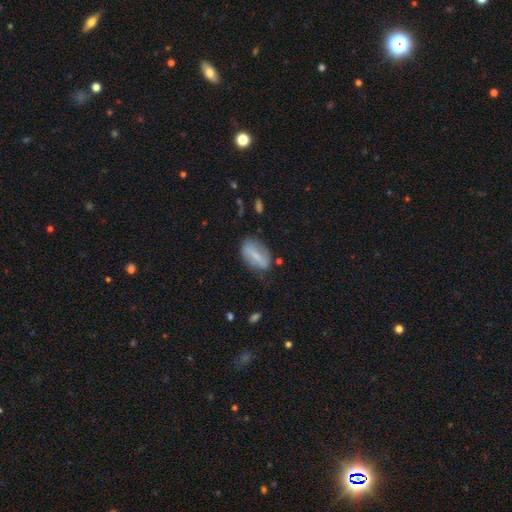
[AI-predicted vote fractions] smooth-or-featured: smooth: 55% | featured or disk: 38% | star or artifact: 8%
  how-rounded: in between: 84% | cigar-shaped: 10% | round: 6%
  merging: none: 65% | minor disturbance: 25% | major disturbance: 8% | merger: 3%